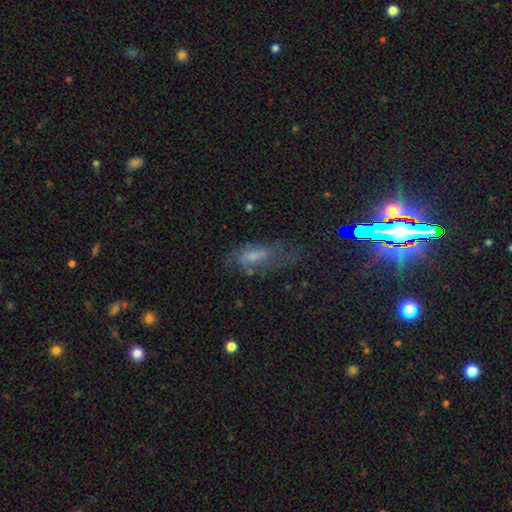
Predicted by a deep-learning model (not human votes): smooth_or_featured: smooth (p=0.54) [alt: featured or disk p=0.33]
how_rounded: in between (p=0.74) [alt: cigar-shaped p=0.22]
merging: none (p=0.44) [alt: major disturbance p=0.27]